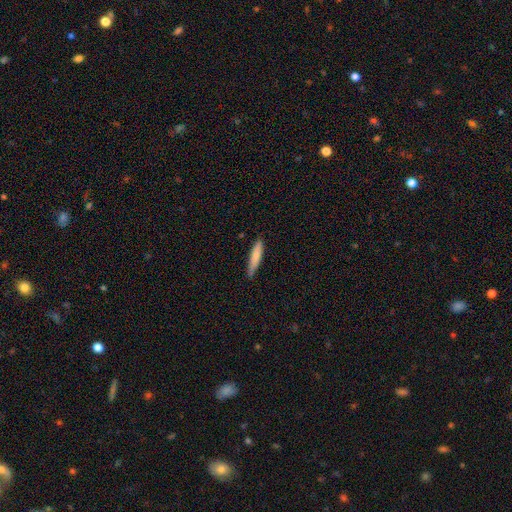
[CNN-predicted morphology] Smooth or featured? smooth (78%)
How rounded? cigar-shaped (85%)
Merging? none (78%)